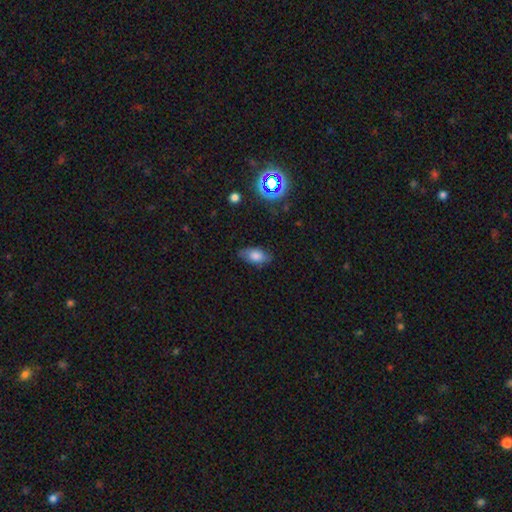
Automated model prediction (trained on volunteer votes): The model was most divided on "smooth or featured": smooth: 73%, featured or disk: 16%, star or artifact: 10%. More confident: how rounded — in between (89%); merging — none (76%).